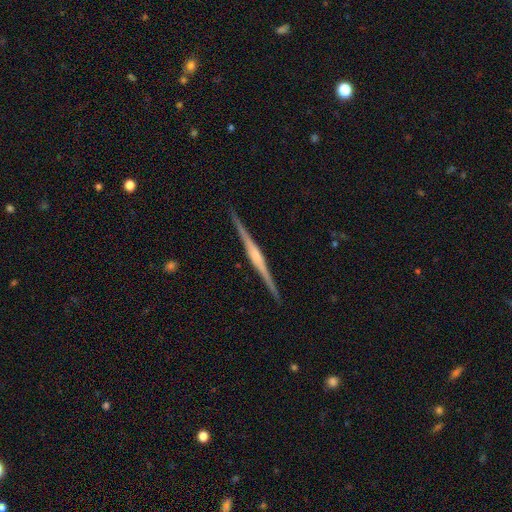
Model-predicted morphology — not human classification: Smooth or featured: featured or disk — 85% (smooth — 10%)
Edge-on disk: yes — 99% (no — 1%)
Edge-on bulge: rounded — 61% (boxy — 23%)
Merging: none — 92% (minor disturbance — 6%)